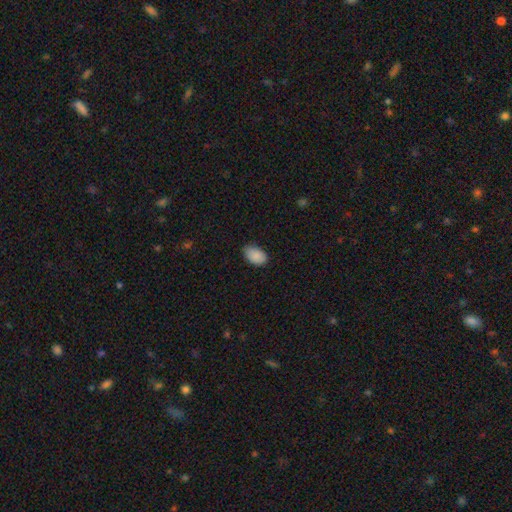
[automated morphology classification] This appears to be a smooth galaxy with no disk features (89%) that is in between round and cigar-shaped (90%). Merging: none (76%).